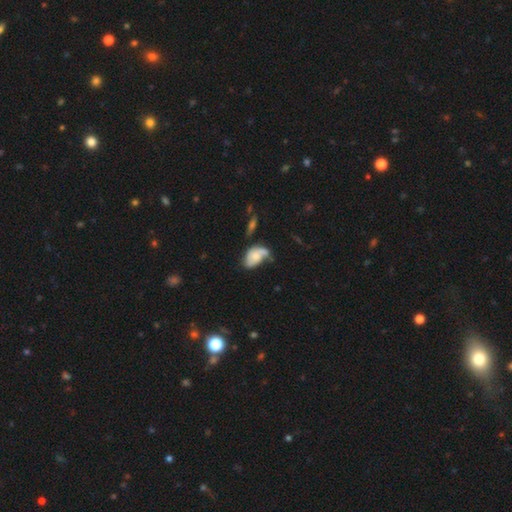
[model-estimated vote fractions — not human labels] Q: Smooth or featured?
A: smooth (52%); runner-up: featured or disk (40%)
Q: How rounded?
A: in between (88%); runner-up: round (10%)
Q: Merging?
A: none (31%); runner-up: minor disturbance (30%)